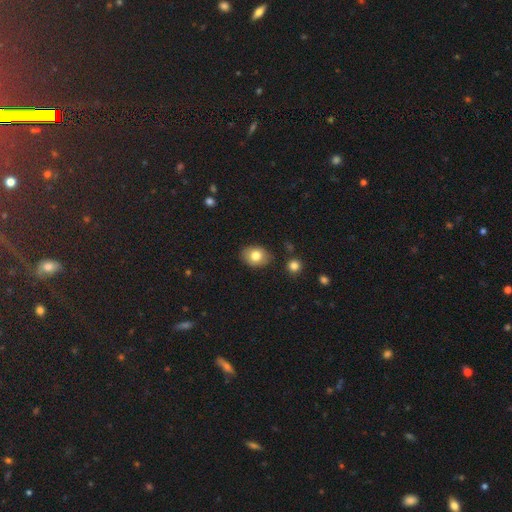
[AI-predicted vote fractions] A smooth galaxy with no disk features (78%) that is in between round and cigar-shaped (63%).

Vote fractions:
- Smooth or featured? smooth: 78% / featured or disk: 13% / star or artifact: 9%
- How rounded? in between: 63% / round: 36% / cigar-shaped: 1%
- Merging? none: 83% / minor disturbance: 12% / major disturbance: 3% / merger: 2%